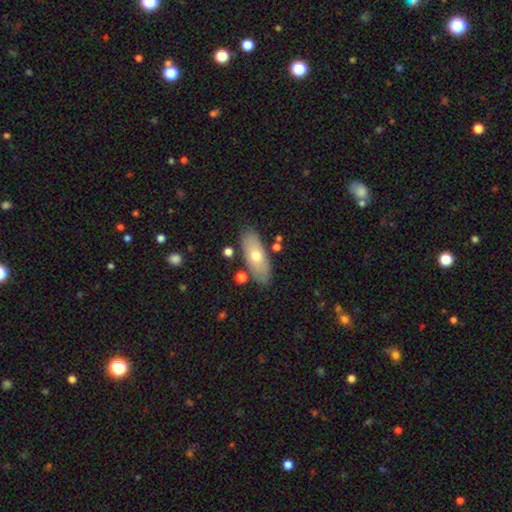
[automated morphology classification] A smooth galaxy with no disk features (64%) that is in between round and cigar-shaped (78%).

Vote fractions:
- Smooth or featured? smooth: 64% / featured or disk: 30% / star or artifact: 6%
- How rounded? in between: 78% / cigar-shaped: 19% / round: 3%
- Merging? none: 82% / minor disturbance: 11% / merger: 4% / major disturbance: 3%